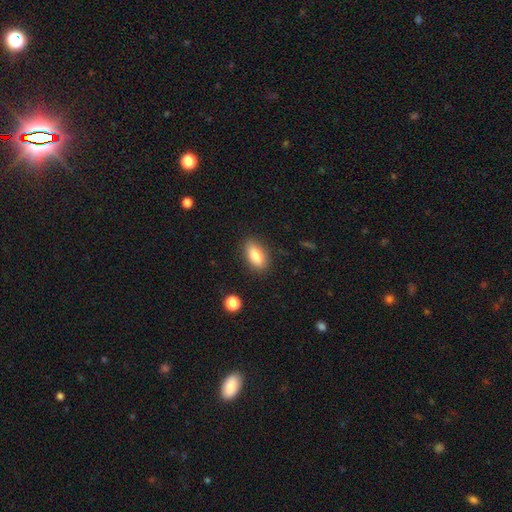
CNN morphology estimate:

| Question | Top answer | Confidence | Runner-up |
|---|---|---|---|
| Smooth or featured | smooth | 83% | featured or disk (10%) |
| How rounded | in between | 86% | cigar-shaped (10%) |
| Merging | none | 86% | minor disturbance (10%) |